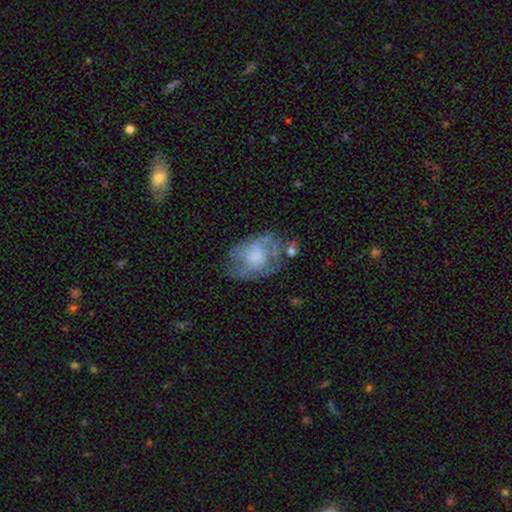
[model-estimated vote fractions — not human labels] Morphology: type=featured or disk (55%); edge-on=no (96%); bar=no (74%); spiral arms=no (54%); bulge=moderate (37%); merging=none (44%).